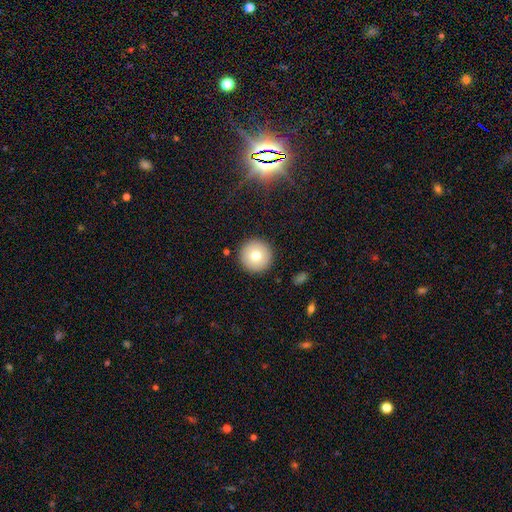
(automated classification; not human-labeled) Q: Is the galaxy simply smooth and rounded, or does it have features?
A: smooth — 75%.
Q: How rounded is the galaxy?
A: round — 96%.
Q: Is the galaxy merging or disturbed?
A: none — 92%.